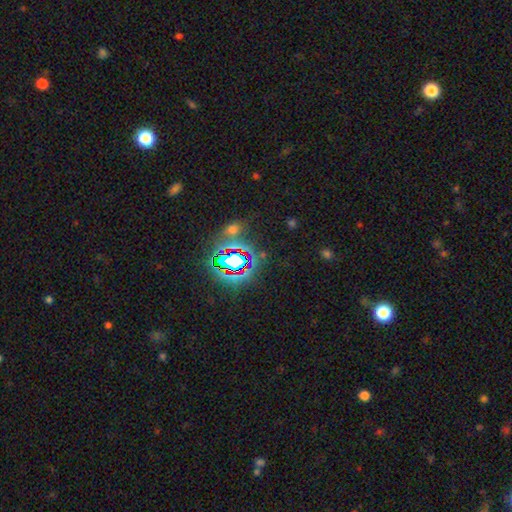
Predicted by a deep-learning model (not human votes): Overall: star or artifact (74%).